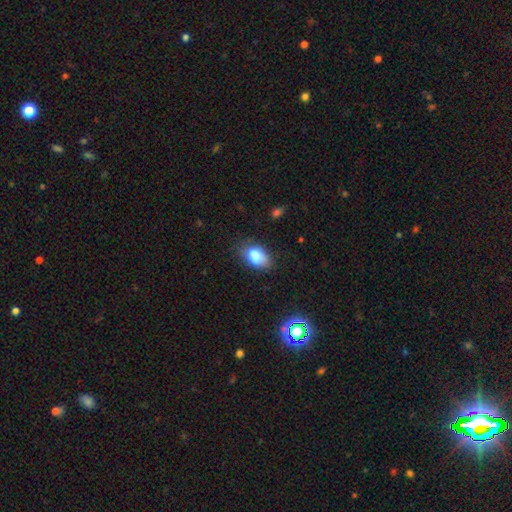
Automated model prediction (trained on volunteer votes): Smooth or featured: smooth — 84% (star or artifact — 8%)
How rounded: in between — 88% (round — 11%)
Merging: none — 63% (minor disturbance — 28%)